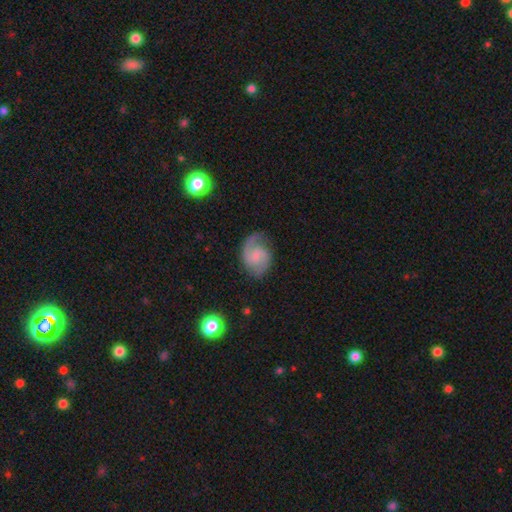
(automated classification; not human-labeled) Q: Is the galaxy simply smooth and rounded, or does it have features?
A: featured or disk — 78%.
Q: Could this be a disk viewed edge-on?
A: no — 98%.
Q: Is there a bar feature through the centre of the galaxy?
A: no — 55%.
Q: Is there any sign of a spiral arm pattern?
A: yes — 96%.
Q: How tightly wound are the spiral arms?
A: medium — 52%.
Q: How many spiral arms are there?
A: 2 — 84%.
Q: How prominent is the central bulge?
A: none — 42%.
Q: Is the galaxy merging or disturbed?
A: none — 71%.